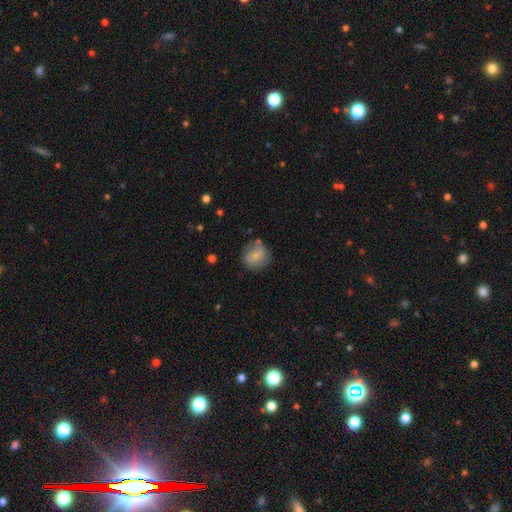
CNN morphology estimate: Q: Smooth or featured?
A: smooth (73%); runner-up: featured or disk (19%)
Q: How rounded?
A: round (81%); runner-up: in between (17%)
Q: Merging?
A: none (69%); runner-up: minor disturbance (20%)